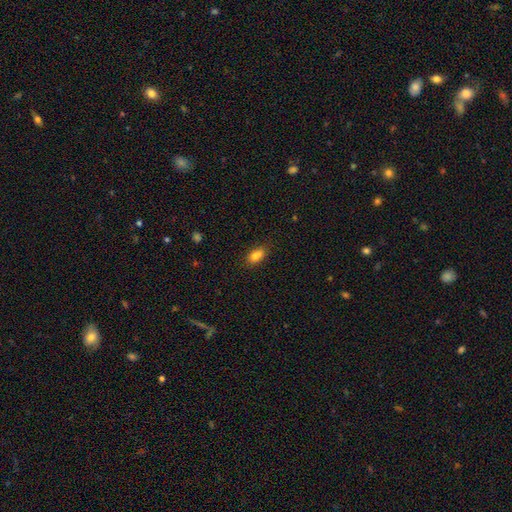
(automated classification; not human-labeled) This is clearly a smooth galaxy (82%). How rounded: clearly in between (86%). Merging: likely none (73%).